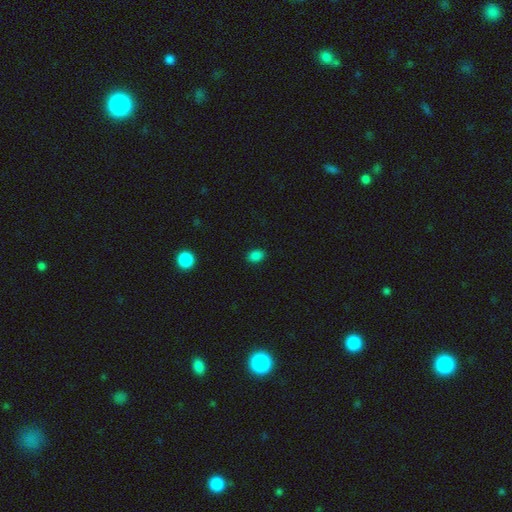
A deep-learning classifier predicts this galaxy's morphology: Overall: smooth (84%). How rounded: in between (67%; round 32%). Merging: none (89%).